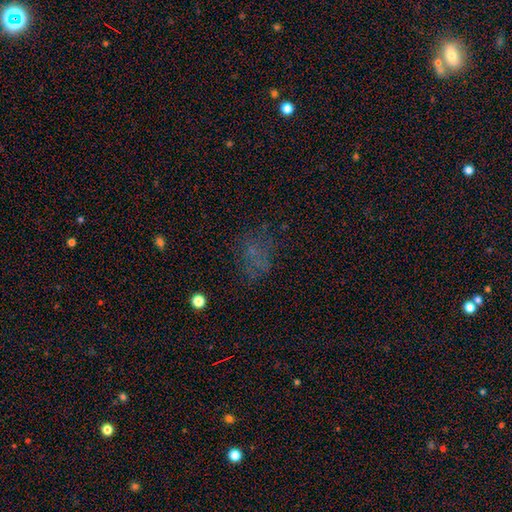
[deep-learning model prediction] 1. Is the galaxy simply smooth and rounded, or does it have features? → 44% smooth, 34% star or artifact, 22% featured or disk.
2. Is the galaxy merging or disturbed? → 58% none, 19% major disturbance, 19% minor disturbance, 3% merger.